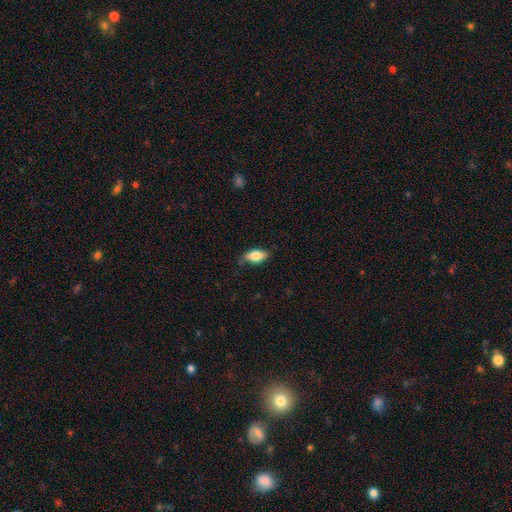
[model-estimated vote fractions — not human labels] This is likely a smooth galaxy (75%). How rounded: clearly in between (87%). Merging: likely none (67%).